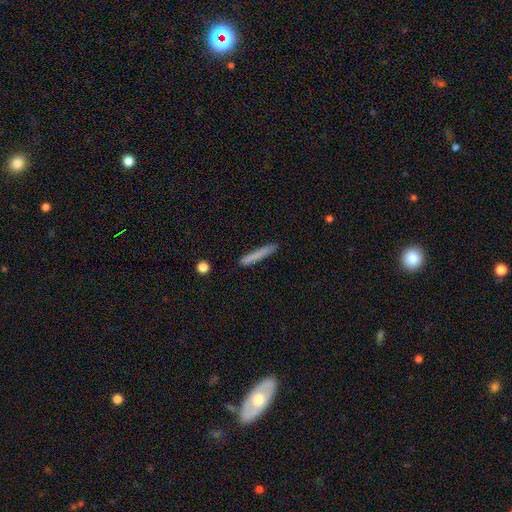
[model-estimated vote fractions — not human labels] Smooth or featured? Predicted: smooth (p=0.78). How rounded? Predicted: cigar-shaped (p=0.95). Merging? Predicted: none (p=0.85).